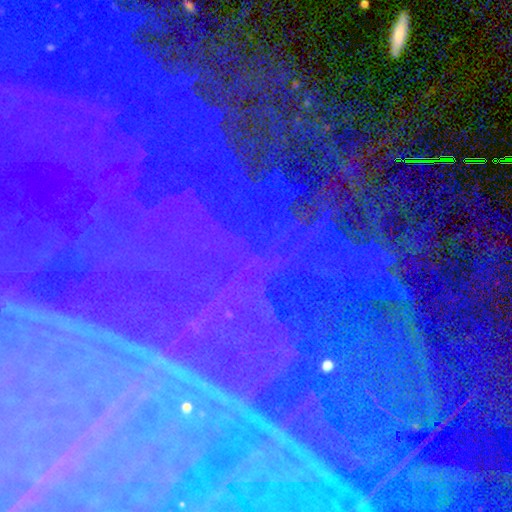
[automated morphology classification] smooth-or-featured: star or artifact: 84% | featured or disk: 9% | smooth: 7%